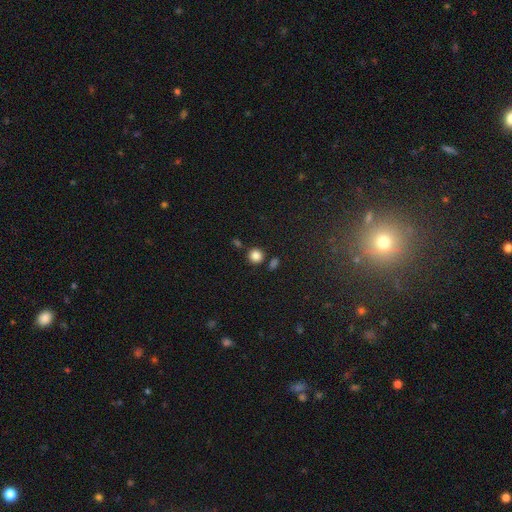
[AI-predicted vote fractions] Morphology: type=smooth (84%); roundness=round (92%); merging=none (80%).